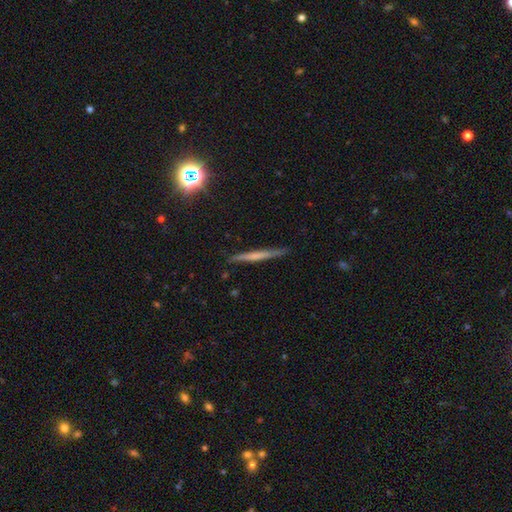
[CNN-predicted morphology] This is possibly a featured or disk galaxy (48%). Merging: clearly none (88%).